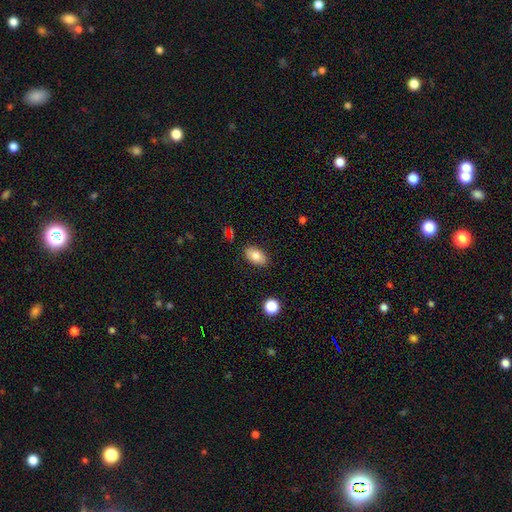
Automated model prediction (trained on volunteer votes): A smooth galaxy with no disk features (79%) that is in between round and cigar-shaped (91%). Merging: none (85%).